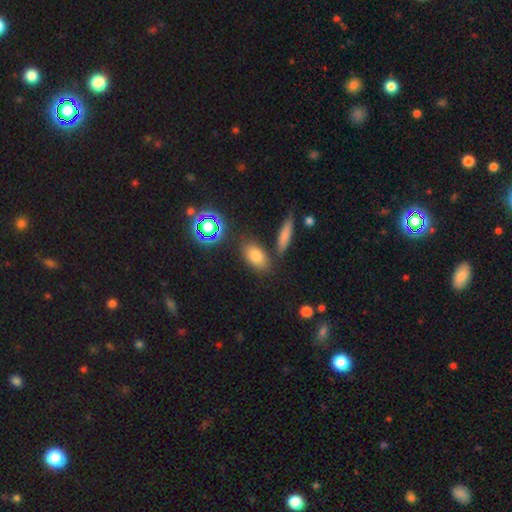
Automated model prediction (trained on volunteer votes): Smooth or featured?
  - smooth: 75% *
  - star or artifact: 14%
  - featured or disk: 11%
How rounded?
  - in between: 82% *
  - round: 12%
  - cigar-shaped: 6%
Merging?
  - none: 76% *
  - minor disturbance: 11%
  - merger: 9%
  - major disturbance: 4%